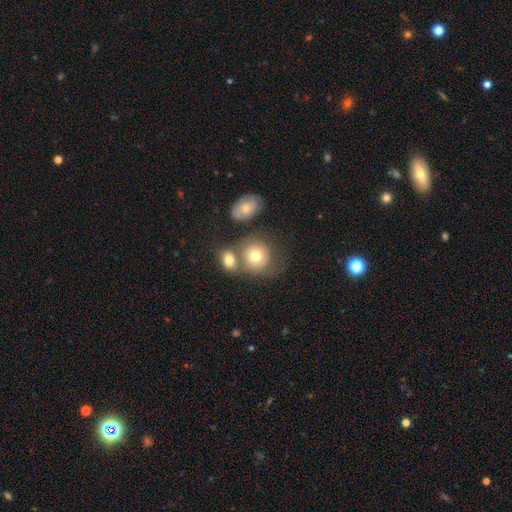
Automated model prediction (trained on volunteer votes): The model was most divided on "merging": none: 44%, merger: 33%, minor disturbance: 14%, major disturbance: 8%. More confident: how rounded — round (78%); smooth or featured — smooth (72%).